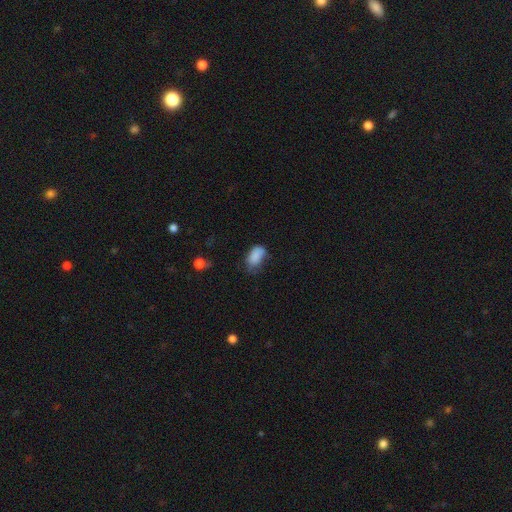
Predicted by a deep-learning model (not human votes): Smooth or featured? smooth (81%)
How rounded? in between (90%)
Merging? none (41%)